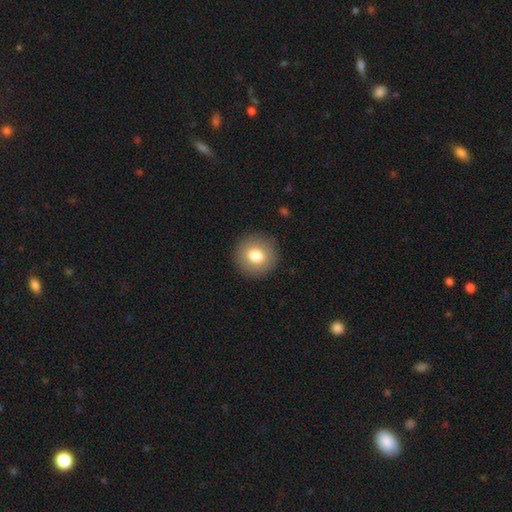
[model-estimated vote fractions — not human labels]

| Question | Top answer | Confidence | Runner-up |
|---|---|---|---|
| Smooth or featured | smooth | 78% | featured or disk (13%) |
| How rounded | round | 92% | in between (7%) |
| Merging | none | 91% | minor disturbance (6%) |